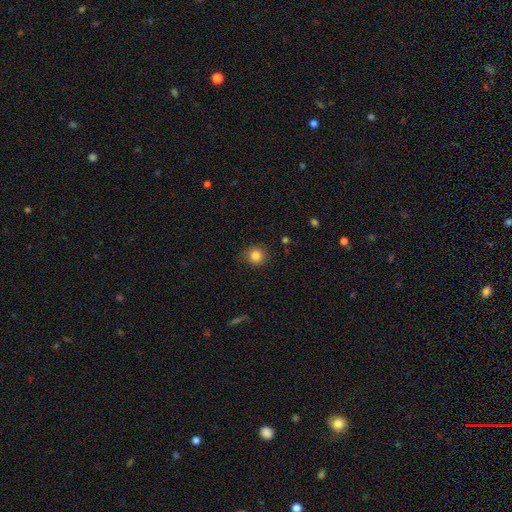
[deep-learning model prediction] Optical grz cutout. It shows a smooth galaxy with no disk features (84%) that is round (90%). Merging: none (80%).